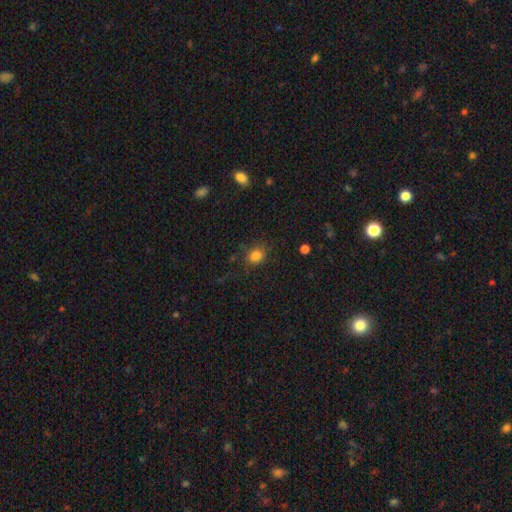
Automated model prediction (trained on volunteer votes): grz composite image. It shows a smooth galaxy with no disk features (81%) that is round (56%). Merging: none (77%).